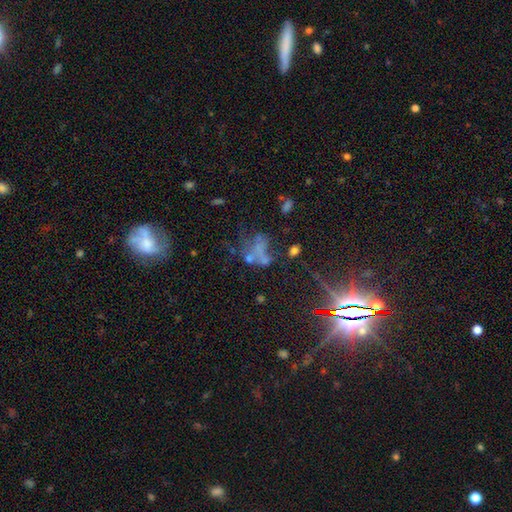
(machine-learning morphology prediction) Smooth or featured? Predicted: star or artifact (p=0.40).